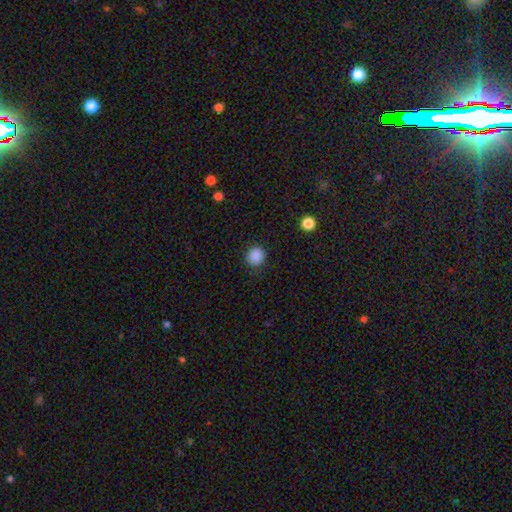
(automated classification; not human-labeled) Q: Smooth or featured?
A: smooth (88%); runner-up: star or artifact (10%)
Q: How rounded?
A: round (89%); runner-up: in between (10%)
Q: Merging?
A: none (89%); runner-up: minor disturbance (8%)